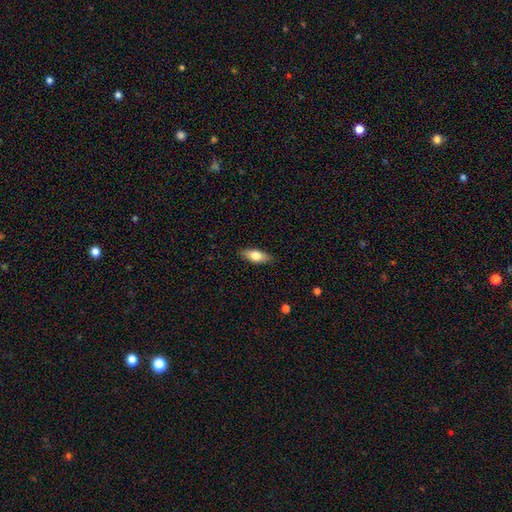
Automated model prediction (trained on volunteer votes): Q: Smooth or featured?
A: smooth (73%); runner-up: featured or disk (21%)
Q: How rounded?
A: in between (72%); runner-up: cigar-shaped (25%)
Q: Merging?
A: none (88%); runner-up: minor disturbance (9%)